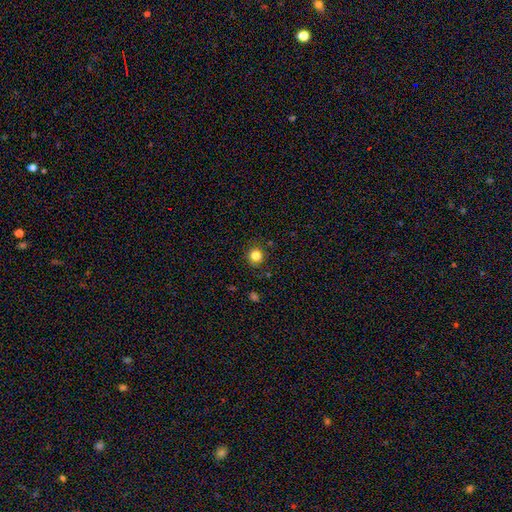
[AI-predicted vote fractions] A smooth galaxy with no disk features (83%) that is round (93%).

Vote fractions:
- Smooth or featured? smooth: 83% / star or artifact: 12% / featured or disk: 5%
- How rounded? round: 93% / in between: 6% / cigar-shaped: 1%
- Merging? none: 89% / minor disturbance: 7% / major disturbance: 2% / merger: 1%